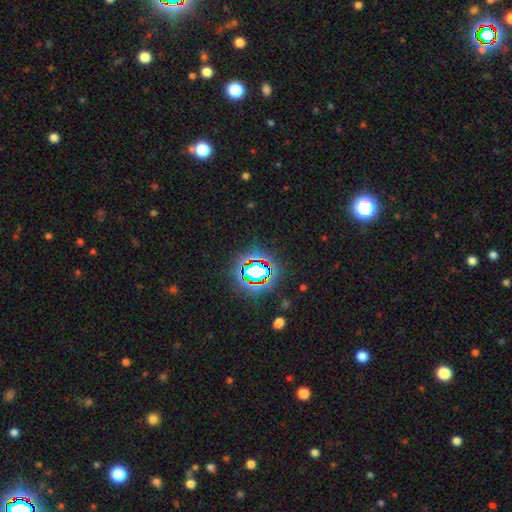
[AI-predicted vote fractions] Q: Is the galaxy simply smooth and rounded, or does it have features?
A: star or artifact — 82%.